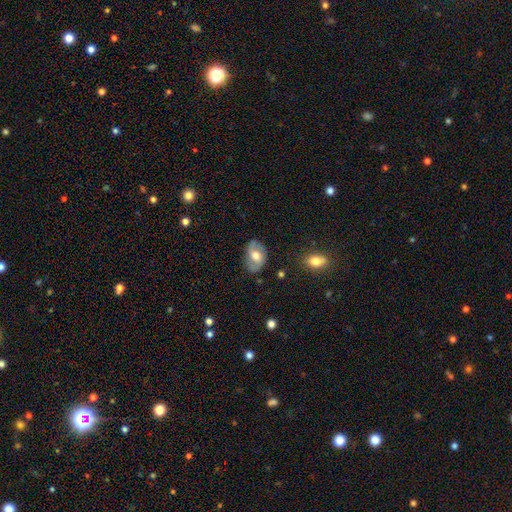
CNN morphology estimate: The model was most divided on "bar": no: 46%, weak: 41%, strong: 13%. More confident: edge-on disk — no (95%); merging — none (77%); spiral arms — yes (70%); bulge size — moderate (68%); smooth or featured — featured or disk (53%).